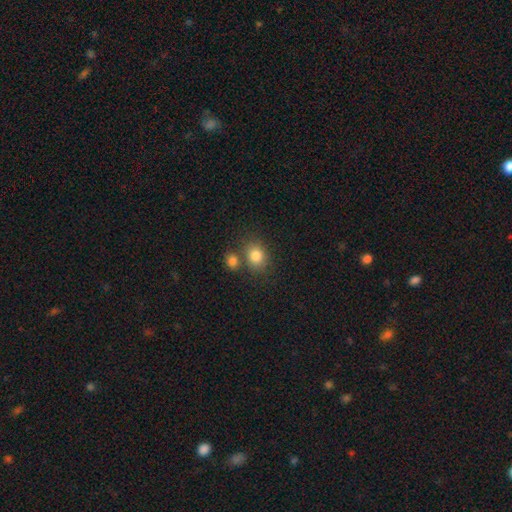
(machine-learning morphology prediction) Q: Smooth or featured?
A: smooth (83%); runner-up: star or artifact (10%)
Q: How rounded?
A: round (57%); runner-up: in between (42%)
Q: Merging?
A: none (61%); runner-up: merger (24%)